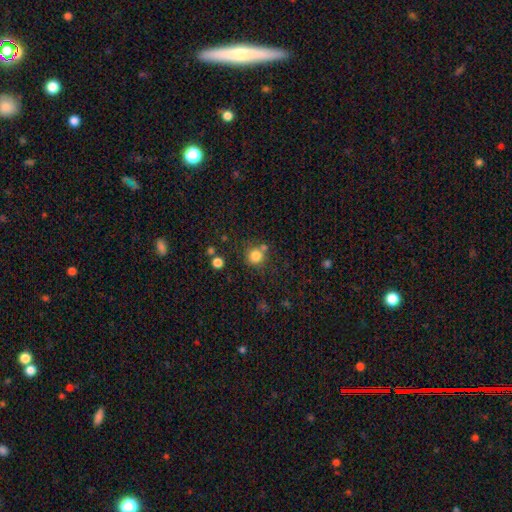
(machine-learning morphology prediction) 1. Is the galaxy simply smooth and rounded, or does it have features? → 82% smooth, 12% star or artifact, 6% featured or disk.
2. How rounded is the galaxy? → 91% round, 8% in between, 1% cigar-shaped.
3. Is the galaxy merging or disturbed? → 69% none, 15% merger, 11% minor disturbance, 4% major disturbance.